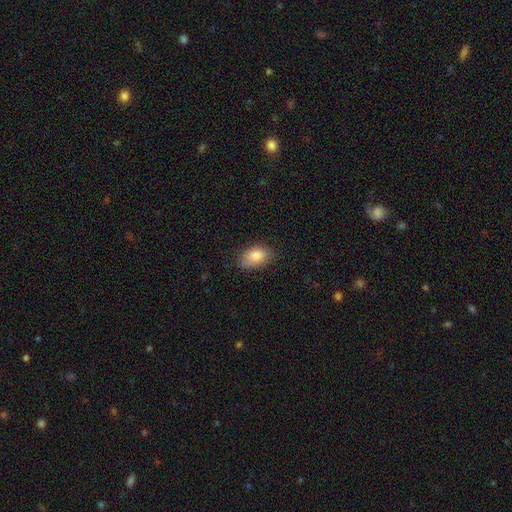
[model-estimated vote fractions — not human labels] smooth 82%, featured or disk 10%, star or artifact 7%. Down the decision tree: how rounded — in between (90%); merging — none (75%).